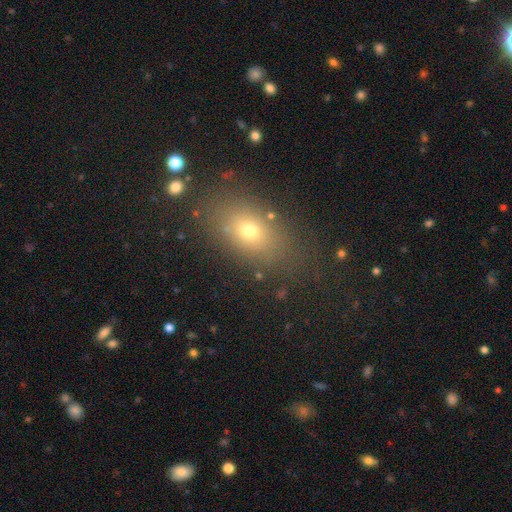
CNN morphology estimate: Q: Smooth or featured?
A: smooth (63%); runner-up: star or artifact (24%)
Q: How rounded?
A: in between (74%); runner-up: round (22%)
Q: Merging?
A: none (82%); runner-up: minor disturbance (11%)